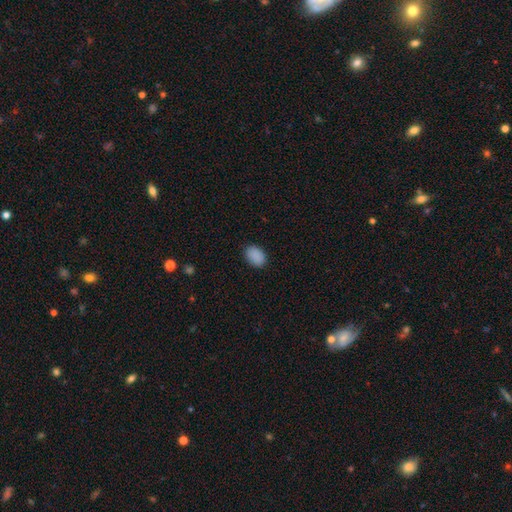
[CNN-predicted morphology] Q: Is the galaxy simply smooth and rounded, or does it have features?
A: smooth — 89%.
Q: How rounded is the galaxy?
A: in between — 86%.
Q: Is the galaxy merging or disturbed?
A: none — 87%.